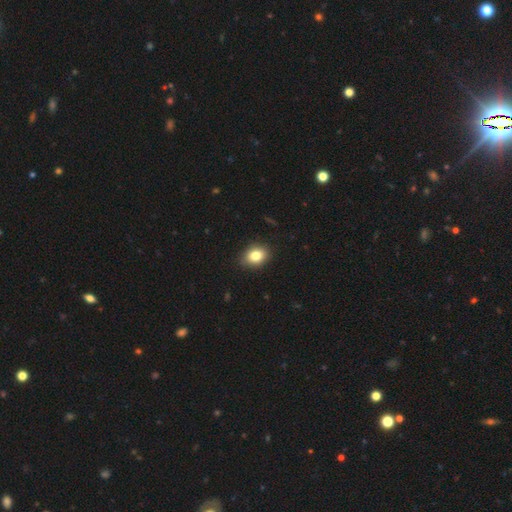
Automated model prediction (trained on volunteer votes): Q: Smooth or featured?
A: smooth (82%); runner-up: star or artifact (10%)
Q: How rounded?
A: in between (65%); runner-up: round (34%)
Q: Merging?
A: none (88%); runner-up: minor disturbance (9%)